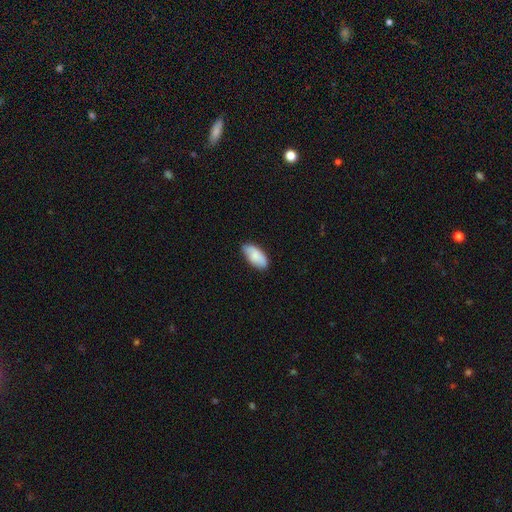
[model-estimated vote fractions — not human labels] A smooth galaxy with no disk features (81%) that is in between round and cigar-shaped (92%). Merging: none (77%).